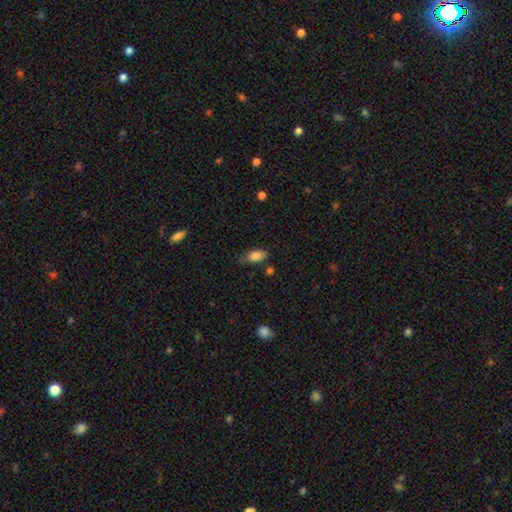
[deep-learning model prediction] smooth 83%, featured or disk 9%, star or artifact 8%. Down the decision tree: how rounded — in between (88%); merging — none (67%).